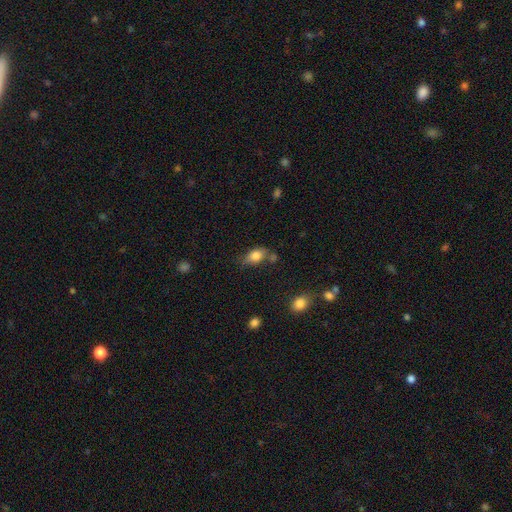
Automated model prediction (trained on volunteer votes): Smooth or featured: smooth — 82% (featured or disk — 10%)
How rounded: in between — 82% (round — 15%)
Merging: none — 58% (minor disturbance — 24%)